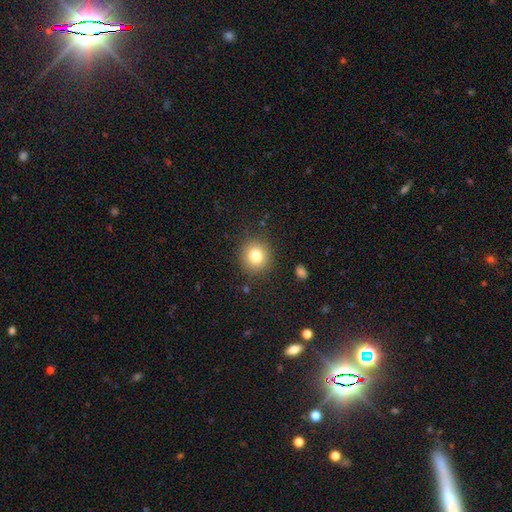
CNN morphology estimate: smooth 80%, star or artifact 11%, featured or disk 9%. Down the decision tree: how rounded — round (88%); merging — none (88%).